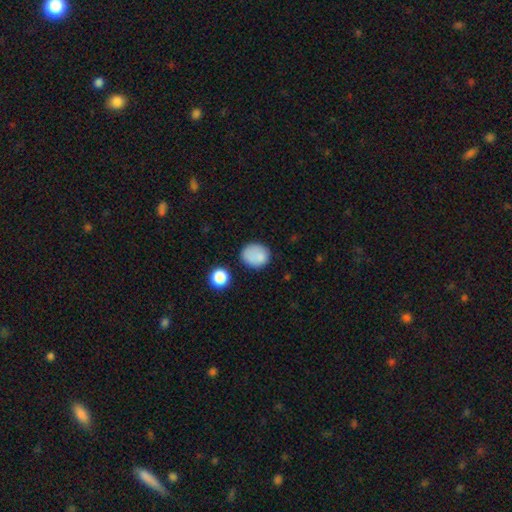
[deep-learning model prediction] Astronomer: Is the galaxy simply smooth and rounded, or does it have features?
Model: smooth — 83%.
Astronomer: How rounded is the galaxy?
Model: round — 69%.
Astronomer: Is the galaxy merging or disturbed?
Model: none — 72%.